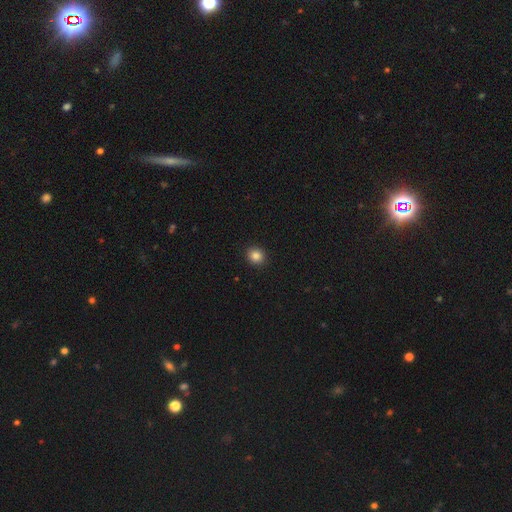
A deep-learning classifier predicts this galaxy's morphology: Q: Smooth or featured?
A: smooth (86%); runner-up: star or artifact (11%)
Q: How rounded?
A: round (83%); runner-up: in between (16%)
Q: Merging?
A: none (92%); runner-up: minor disturbance (5%)